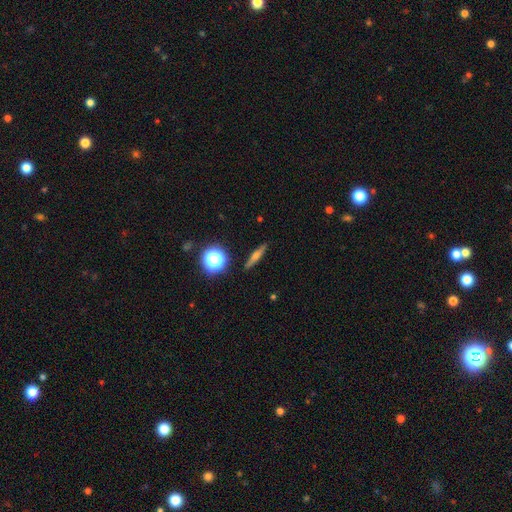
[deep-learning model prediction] The model was most divided on "smooth or featured": featured or disk: 48%, smooth: 40%, star or artifact: 12%. More confident: merging — none (90%).